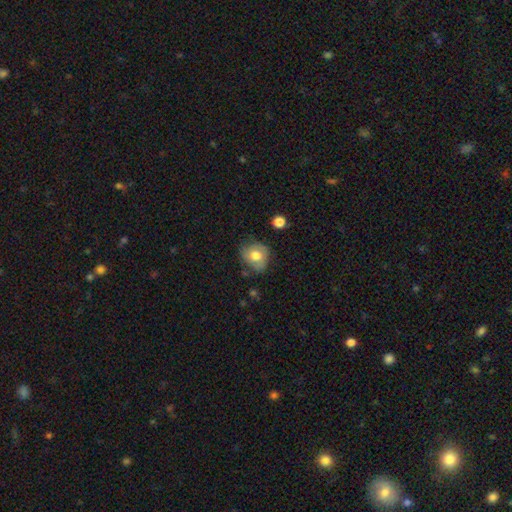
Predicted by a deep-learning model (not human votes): Smooth or featured? Predicted: smooth (p=0.66). How rounded? Predicted: round (p=0.67). Merging? Predicted: none (p=0.64).